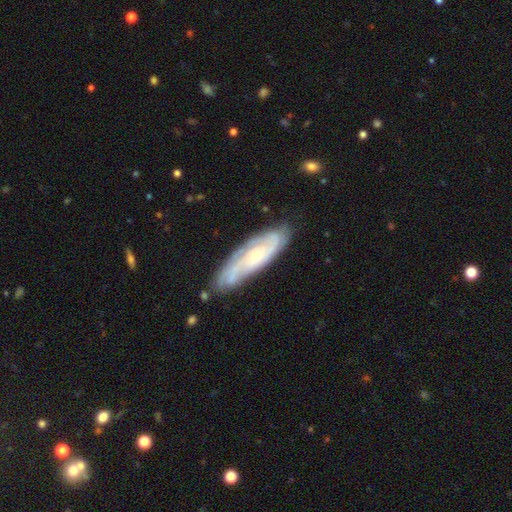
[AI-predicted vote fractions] Q: Smooth or featured?
A: featured or disk (74%); runner-up: smooth (20%)
Q: Edge-on disk?
A: no (82%); runner-up: yes (18%)
Q: Bar?
A: no (70%); runner-up: weak (26%)
Q: Spiral arms?
A: yes (92%); runner-up: no (8%)
Q: Spiral winding?
A: tight (57%); runner-up: medium (34%)
Q: Spiral arm count?
A: can't tell (39%); runner-up: 2 (28%)
Q: Bulge size?
A: small (65%); runner-up: moderate (28%)
Q: Merging?
A: none (74%); runner-up: minor disturbance (19%)